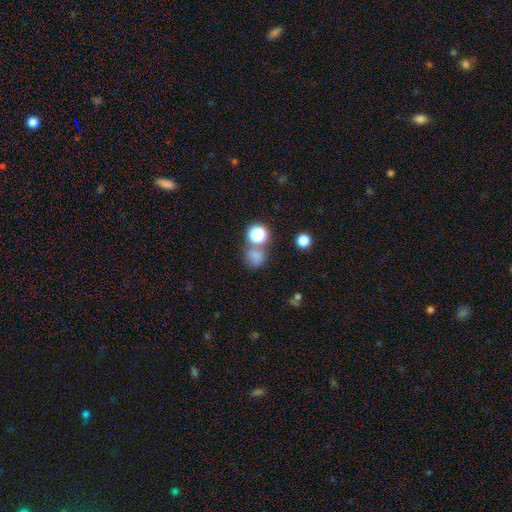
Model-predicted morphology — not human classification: Smooth or featured?
  - smooth: 69% *
  - star or artifact: 24%
  - featured or disk: 8%
How rounded?
  - round: 80% *
  - in between: 19%
  - cigar-shaped: 1%
Merging?
  - none: 58% *
  - merger: 24%
  - minor disturbance: 12%
  - major disturbance: 6%